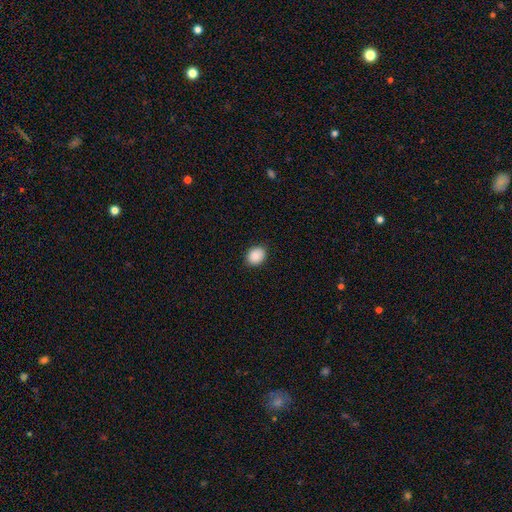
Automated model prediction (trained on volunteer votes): Smooth or featured?
  - smooth: 89% *
  - star or artifact: 8%
  - featured or disk: 3%
How rounded?
  - in between: 53% *
  - round: 46%
  - cigar-shaped: 1%
Merging?
  - none: 88% *
  - minor disturbance: 9%
  - major disturbance: 2%
  - merger: 1%